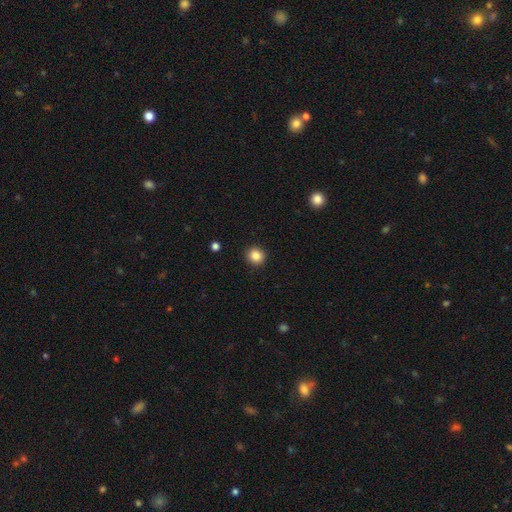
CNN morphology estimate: This appears to be a smooth galaxy with no disk features (86%) that is round (89%). Merging: none (92%).